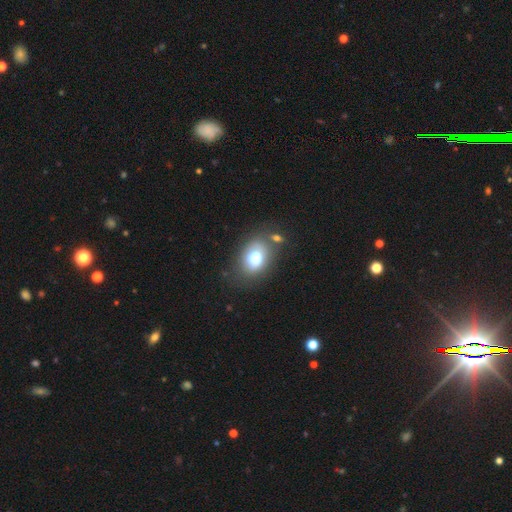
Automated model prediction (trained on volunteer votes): smooth 75%, featured or disk 15%, star or artifact 10%. Down the decision tree: how rounded — in between (76%); merging — none (67%).